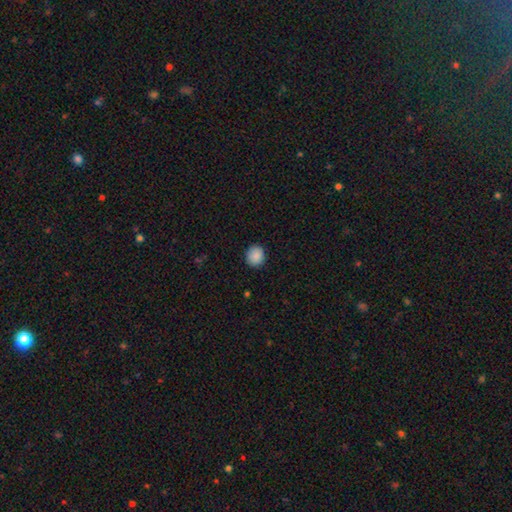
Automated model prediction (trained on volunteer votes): Smooth or featured?
  - smooth: 88% *
  - star or artifact: 8%
  - featured or disk: 4%
How rounded?
  - round: 81% *
  - in between: 18%
  - cigar-shaped: 1%
Merging?
  - none: 90% *
  - minor disturbance: 8%
  - major disturbance: 2%
  - merger: 1%